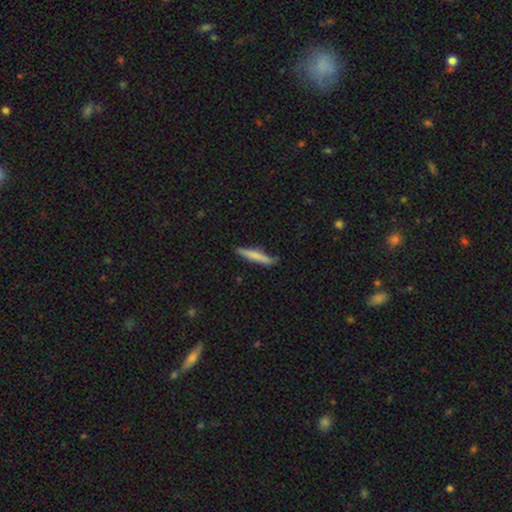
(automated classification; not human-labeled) smooth-or-featured: smooth: 70% | featured or disk: 25% | star or artifact: 6%
  how-rounded: cigar-shaped: 93% | in between: 6% | round: 1%
  merging: none: 84% | minor disturbance: 12% | major disturbance: 2% | merger: 2%